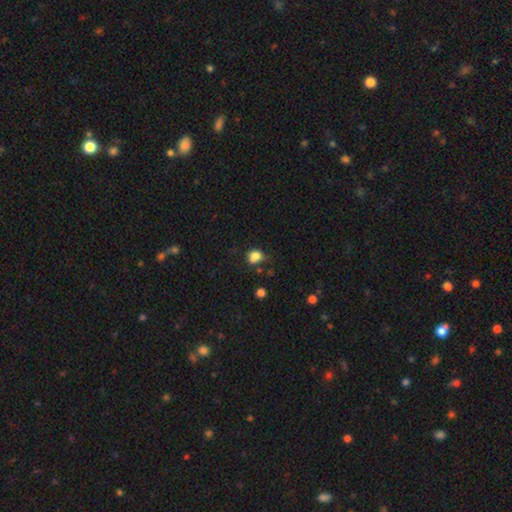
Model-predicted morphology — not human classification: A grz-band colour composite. It shows a smooth galaxy with no disk features (81%) that is round (51%). Merging: none (46%).